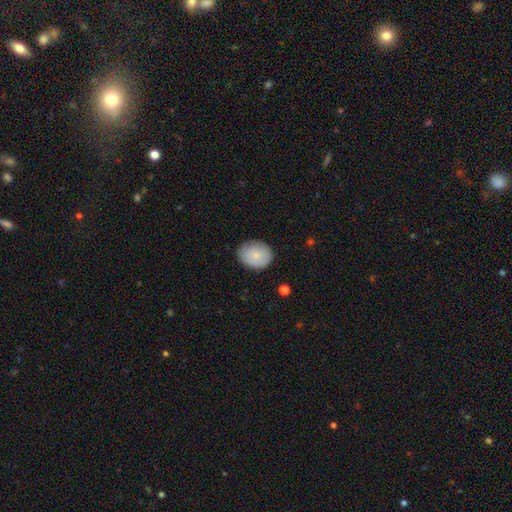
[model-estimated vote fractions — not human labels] Q: Smooth or featured?
A: smooth (80%); runner-up: featured or disk (14%)
Q: How rounded?
A: round (52%); runner-up: in between (47%)
Q: Merging?
A: none (79%); runner-up: minor disturbance (17%)